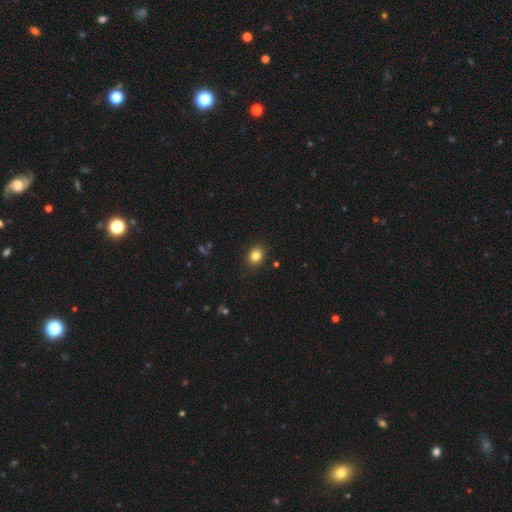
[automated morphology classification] Q: Smooth or featured?
A: smooth (83%); runner-up: star or artifact (11%)
Q: How rounded?
A: round (61%); runner-up: in between (38%)
Q: Merging?
A: none (89%); runner-up: minor disturbance (7%)